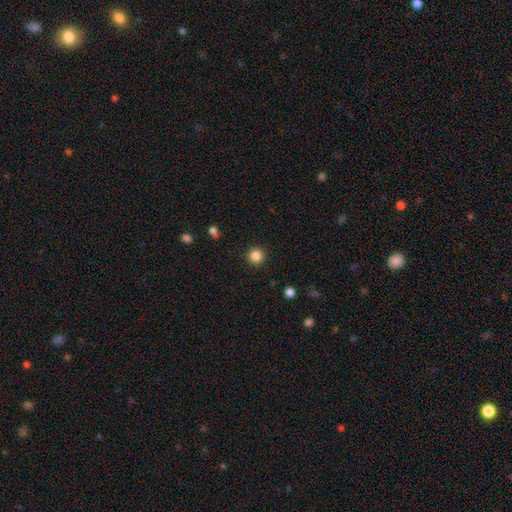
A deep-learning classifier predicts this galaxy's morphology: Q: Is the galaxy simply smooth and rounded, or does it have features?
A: smooth — 85%.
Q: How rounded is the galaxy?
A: round — 96%.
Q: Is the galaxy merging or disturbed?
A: none — 92%.